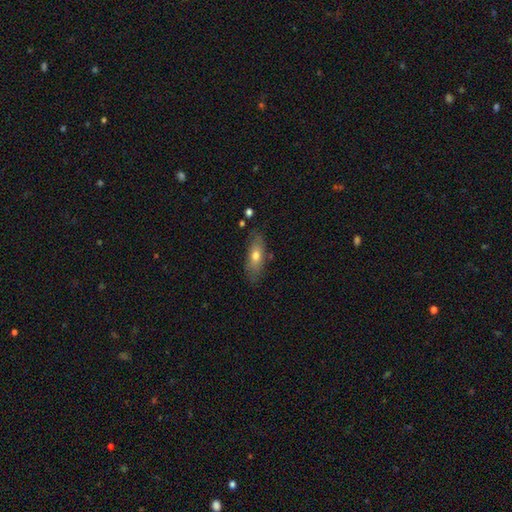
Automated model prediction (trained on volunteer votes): smooth-or-featured: smooth: 66% | featured or disk: 27% | star or artifact: 7%
  how-rounded: in between: 74% | cigar-shaped: 23% | round: 4%
  merging: none: 75% | minor disturbance: 18% | major disturbance: 4% | merger: 3%